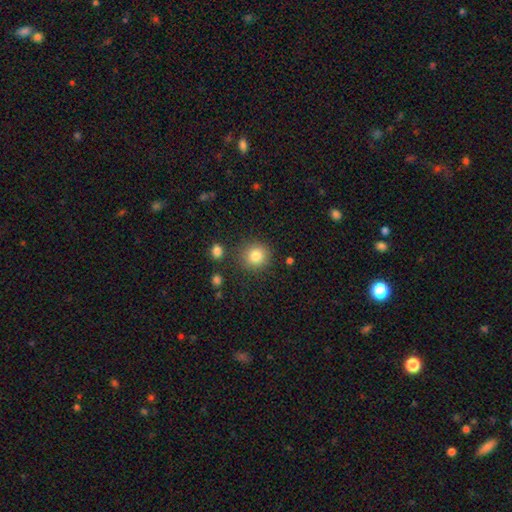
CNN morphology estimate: type=smooth (83%); roundness=round (90%); merging=none (84%).